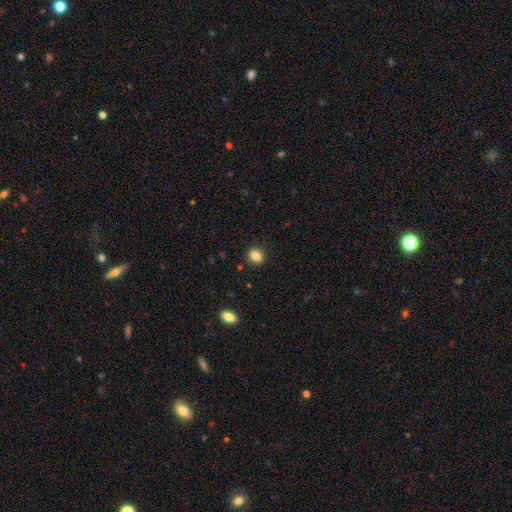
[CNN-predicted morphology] smooth-or-featured: smooth: 84% | star or artifact: 10% | featured or disk: 6%
  how-rounded: in between: 58% | round: 41% | cigar-shaped: 1%
  merging: none: 87% | minor disturbance: 9% | major disturbance: 2% | merger: 2%